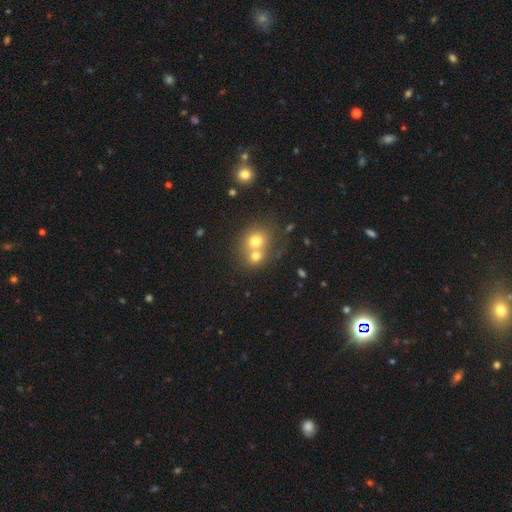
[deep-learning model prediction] Smooth or featured: smooth — 70% (featured or disk — 18%)
How rounded: round — 71% (in between — 28%)
Merging: merger — 61% (none — 30%)